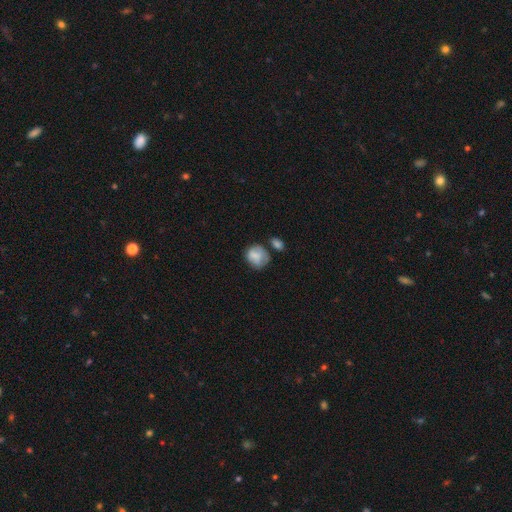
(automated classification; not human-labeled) A smooth galaxy with no disk features (72%) that is round (67%). Merging: none (47%).